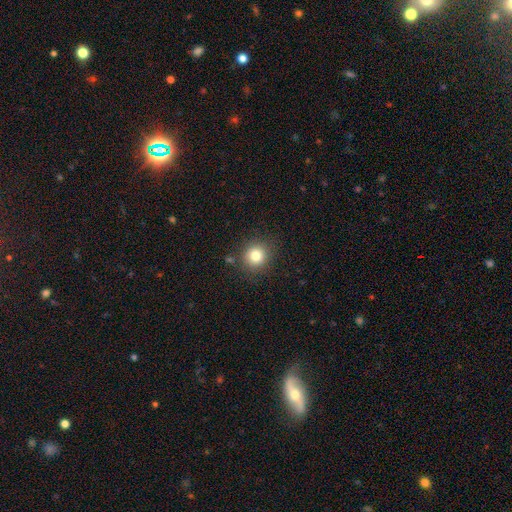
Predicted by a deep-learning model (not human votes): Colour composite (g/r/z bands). It shows a smooth galaxy with no disk features (81%) that is round (88%). Merging: none (86%).